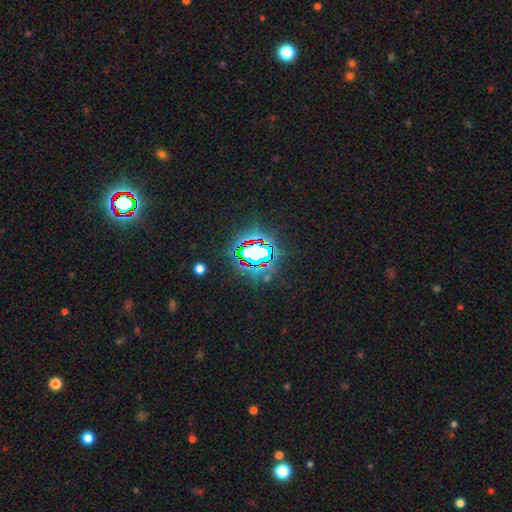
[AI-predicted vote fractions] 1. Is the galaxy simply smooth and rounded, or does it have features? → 73% star or artifact, 15% smooth, 12% featured or disk.